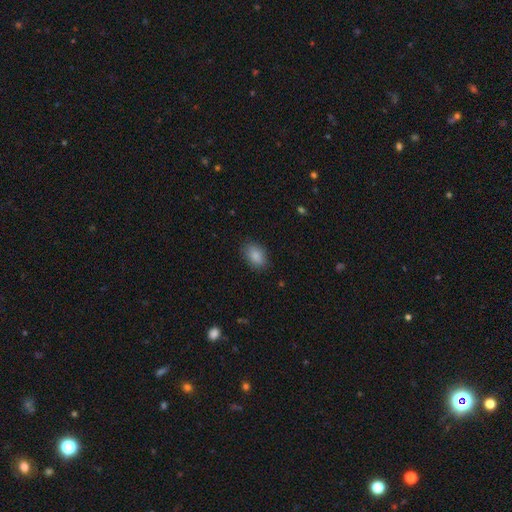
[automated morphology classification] Smooth or featured? smooth (87%)
How rounded? in between (85%)
Merging? none (83%)